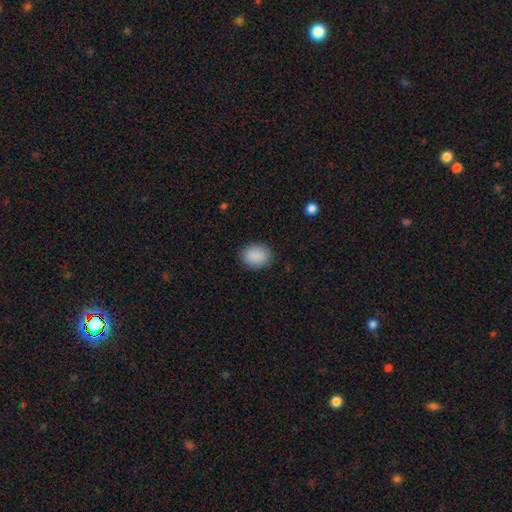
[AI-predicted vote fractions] A smooth galaxy with no disk features (90%) that is in between round and cigar-shaped (54%). Merging: none (87%).